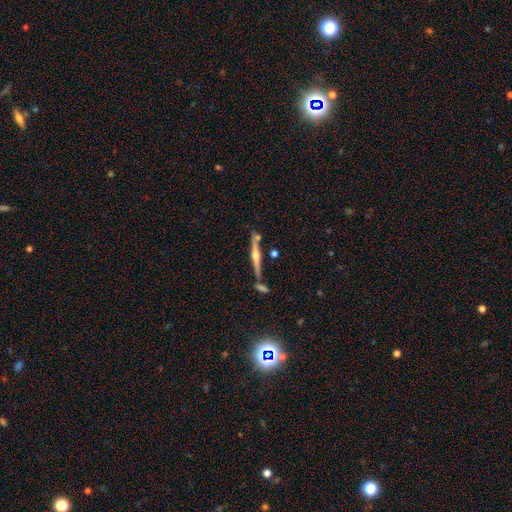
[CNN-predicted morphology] Q: Smooth or featured?
A: featured or disk (75%); runner-up: smooth (19%)
Q: Edge-on disk?
A: yes (98%); runner-up: no (2%)
Q: Edge-on bulge?
A: rounded (90%); runner-up: none (5%)
Q: Merging?
A: none (75%); runner-up: merger (12%)